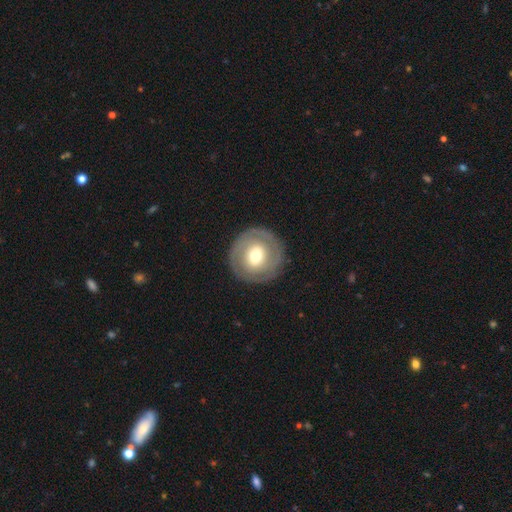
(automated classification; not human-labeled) smooth_or_featured: featured or disk (p=0.53) [alt: smooth p=0.41]
disk_edge_on: no (p=0.95) [alt: yes p=0.05]
bar: no (p=0.54) [alt: weak p=0.33]
has_spiral_arms: no (p=0.55) [alt: yes p=0.45]
bulge_size: moderate (p=0.67) [alt: small p=0.18]
merging: none (p=0.86) [alt: minor disturbance p=0.09]